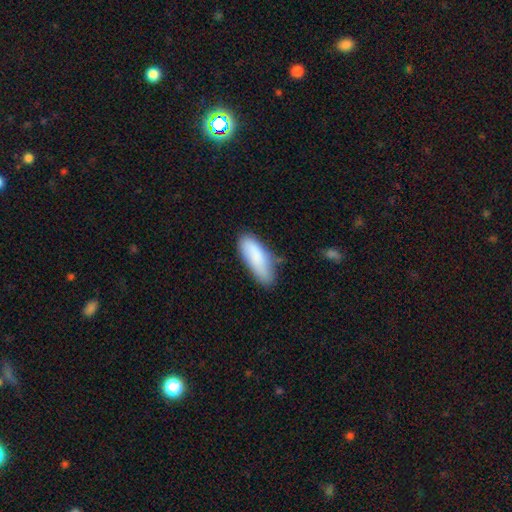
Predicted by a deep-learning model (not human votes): Smooth or featured? Predicted: smooth (p=0.83). How rounded? Predicted: in between (p=0.70). Merging? Predicted: none (p=0.61).